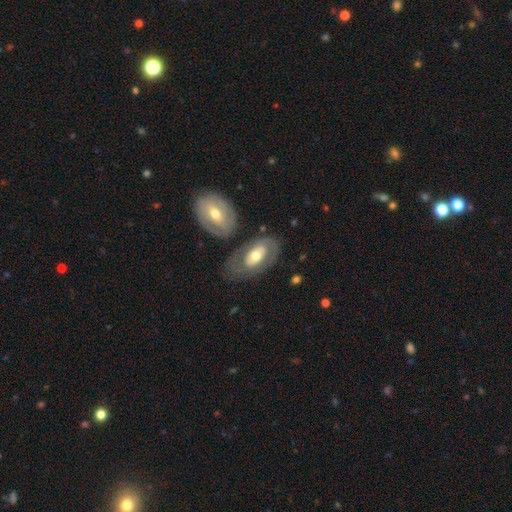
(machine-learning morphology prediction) Q: Smooth or featured?
A: featured or disk (58%); runner-up: smooth (37%)
Q: Edge-on disk?
A: no (91%); runner-up: yes (9%)
Q: Bar?
A: no (67%); runner-up: weak (22%)
Q: Spiral arms?
A: no (54%); runner-up: yes (46%)
Q: Bulge size?
A: moderate (69%); runner-up: large (15%)
Q: Merging?
A: none (64%); runner-up: minor disturbance (17%)